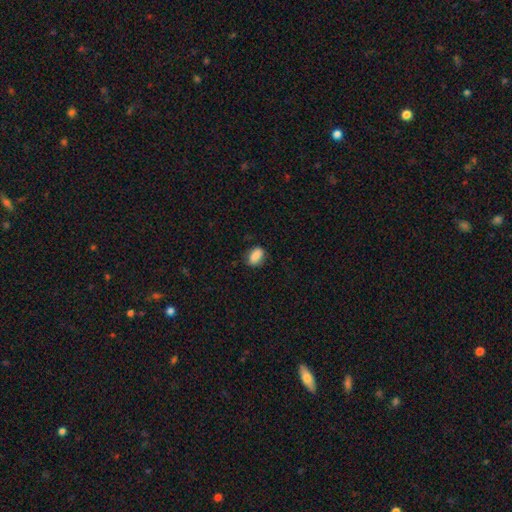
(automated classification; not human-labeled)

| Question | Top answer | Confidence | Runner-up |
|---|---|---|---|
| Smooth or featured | smooth | 84% | star or artifact (8%) |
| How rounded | in between | 82% | round (15%) |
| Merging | none | 77% | minor disturbance (17%) |